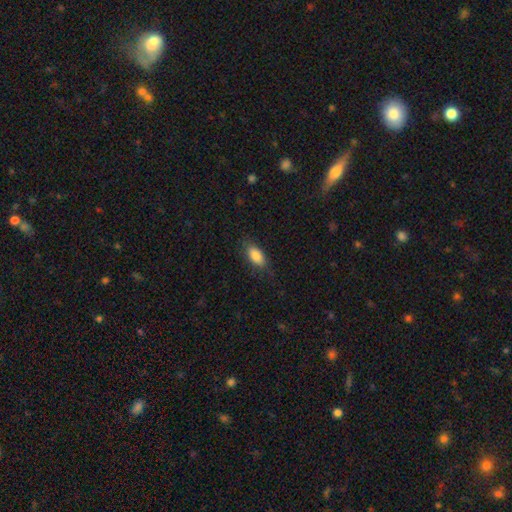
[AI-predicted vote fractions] smooth 85%, featured or disk 8%, star or artifact 7%. Down the decision tree: how rounded — in between (88%); merging — none (78%).